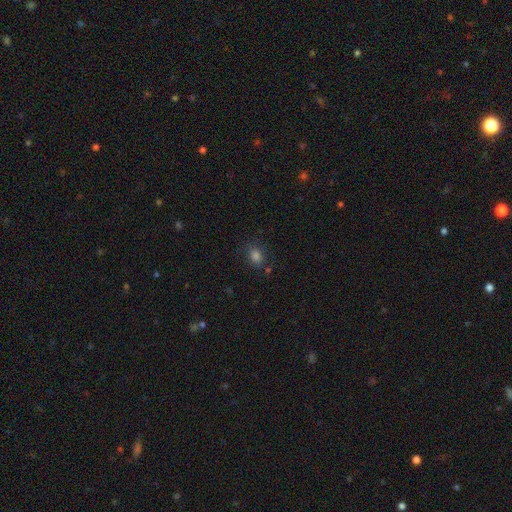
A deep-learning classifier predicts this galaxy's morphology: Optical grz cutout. It shows a smooth galaxy with no disk features (76%) that is in between round and cigar-shaped (54%). Merging: none (77%).